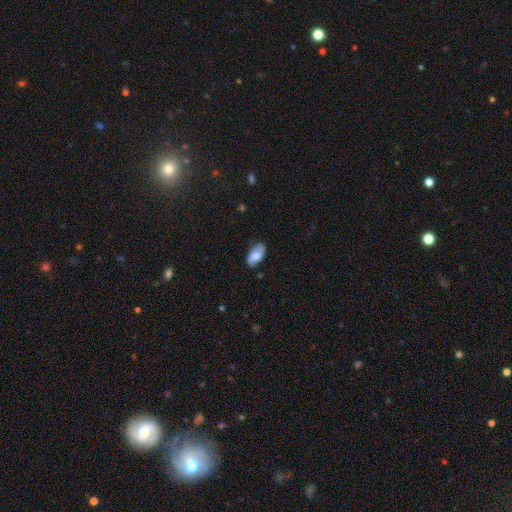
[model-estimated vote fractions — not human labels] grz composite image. It shows a smooth galaxy with no disk features (72%) that is in between round and cigar-shaped (94%). Merging: none (78%).